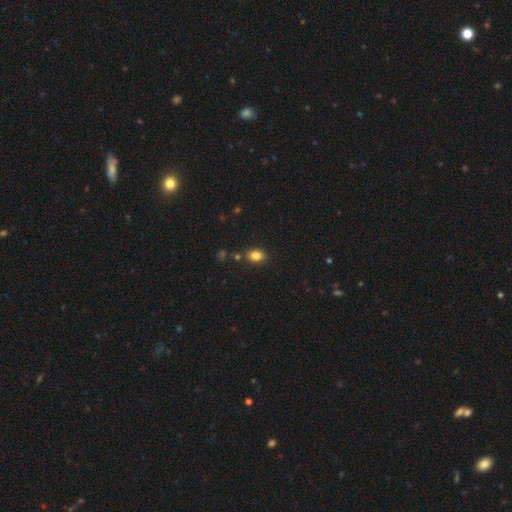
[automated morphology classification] Smooth or featured? smooth (83%)
How rounded? in between (76%)
Merging? none (83%)